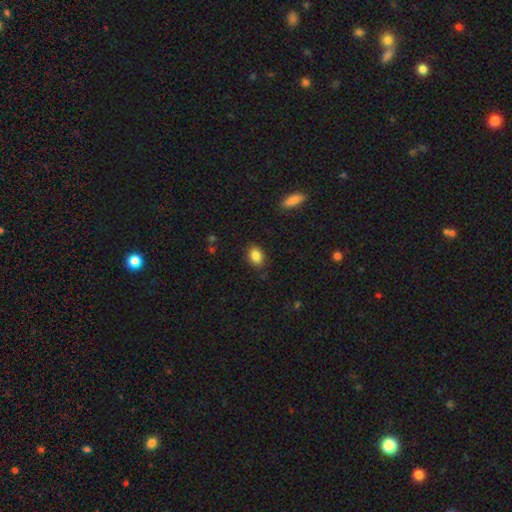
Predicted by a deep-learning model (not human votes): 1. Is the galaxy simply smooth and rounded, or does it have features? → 86% smooth, 9% star or artifact, 5% featured or disk.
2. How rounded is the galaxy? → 76% in between, 22% round, 1% cigar-shaped.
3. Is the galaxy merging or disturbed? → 84% none, 12% minor disturbance, 3% major disturbance, 1% merger.